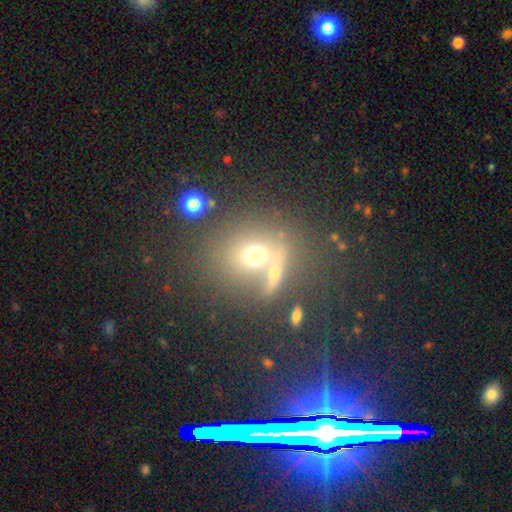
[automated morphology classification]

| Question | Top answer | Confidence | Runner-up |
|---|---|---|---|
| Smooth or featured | smooth | 56% | star or artifact (23%) |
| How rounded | round | 68% | in between (29%) |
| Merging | none | 51% | merger (30%) |